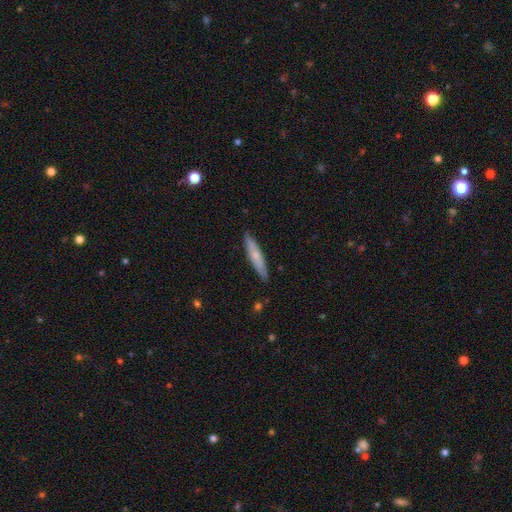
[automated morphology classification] A smooth galaxy with no disk features (57%) that is cigar-shaped (88%).

Vote fractions:
- Smooth or featured? smooth: 57% / featured or disk: 37% / star or artifact: 6%
- How rounded? cigar-shaped: 88% / in between: 10% / round: 2%
- Merging? none: 88% / minor disturbance: 9% / major disturbance: 2% / merger: 1%